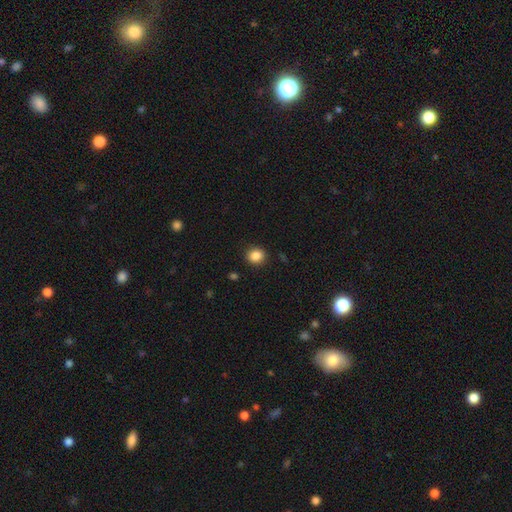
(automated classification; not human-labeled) Smooth or featured?
  - smooth: 86% *
  - star or artifact: 10%
  - featured or disk: 4%
How rounded?
  - round: 68% *
  - in between: 31%
  - cigar-shaped: 1%
Merging?
  - none: 89% *
  - minor disturbance: 7%
  - major disturbance: 2%
  - merger: 1%